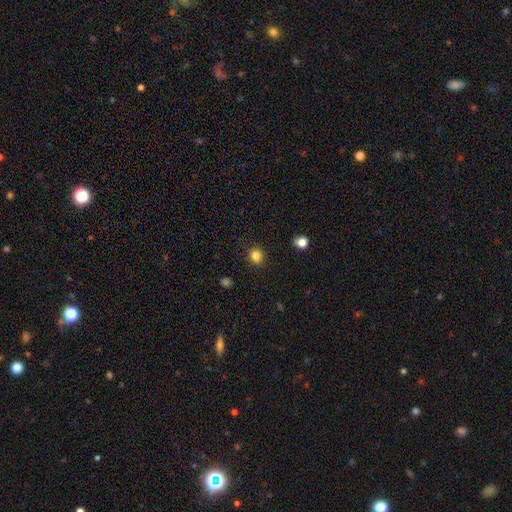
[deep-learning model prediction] The model was most divided on "smooth or featured": smooth: 83%, star or artifact: 12%, featured or disk: 4%. More confident: merging — none (88%); how rounded — round (86%).